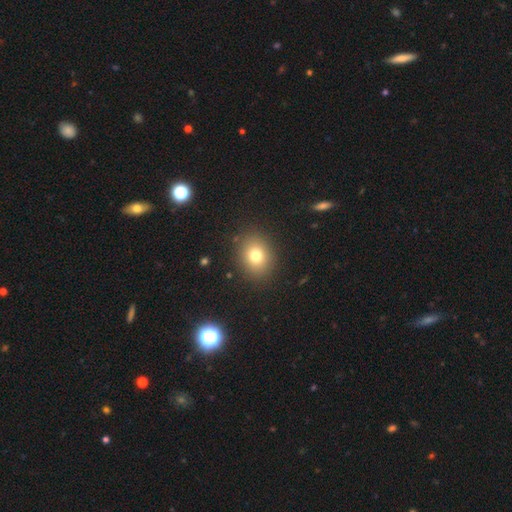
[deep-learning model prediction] A smooth galaxy with no disk features (77%) that is round (62%).

Vote fractions:
- Smooth or featured? smooth: 77% / star or artifact: 13% / featured or disk: 11%
- How rounded? round: 62% / in between: 37% / cigar-shaped: 1%
- Merging? none: 87% / minor disturbance: 8% / major disturbance: 3% / merger: 1%